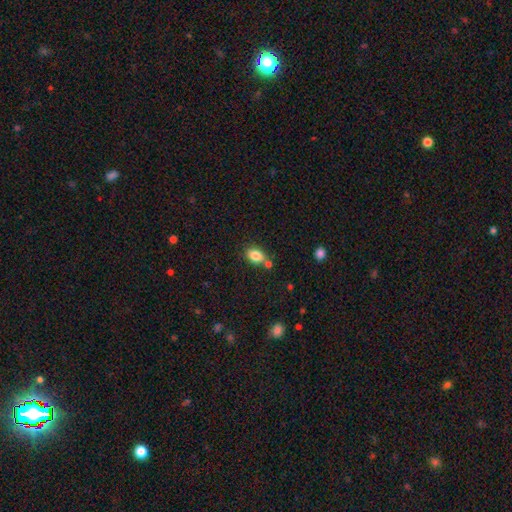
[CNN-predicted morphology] A smooth galaxy with no disk features (83%) that is in between round and cigar-shaped (81%). Merging: none (63%).